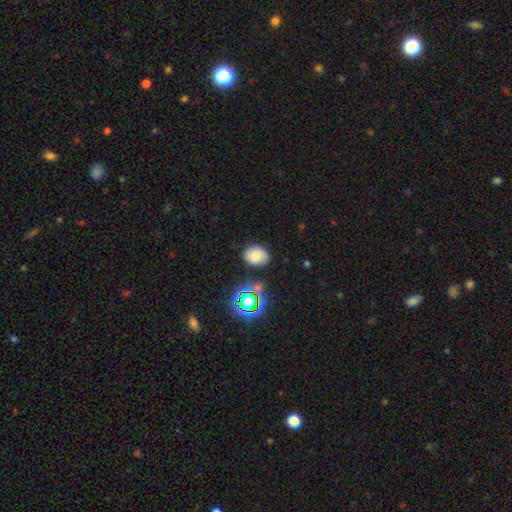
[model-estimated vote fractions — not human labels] Morphology: type=smooth (71%); roundness=in between (63%); merging=none (74%).